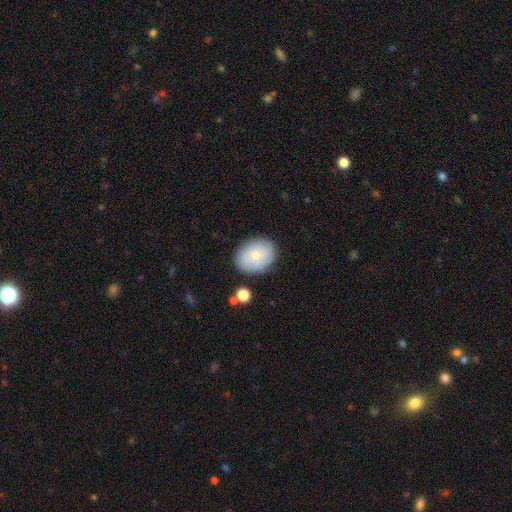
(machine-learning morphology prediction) This appears to be a smooth galaxy with no disk features (73%) that is in between round and cigar-shaped (63%). Merging: none (80%).